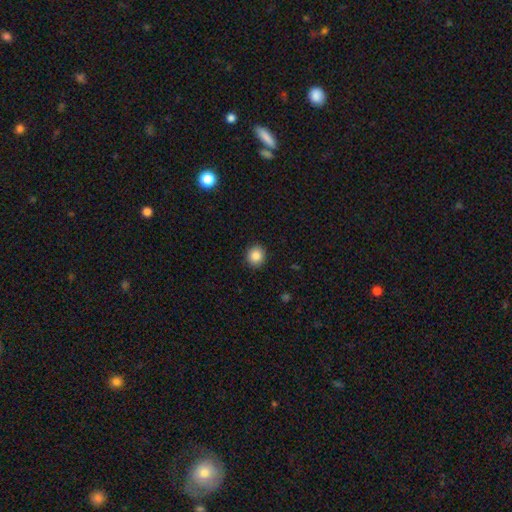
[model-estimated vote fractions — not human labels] Smooth or featured?
  - smooth: 86% *
  - star or artifact: 9%
  - featured or disk: 5%
How rounded?
  - round: 88% *
  - in between: 11%
  - cigar-shaped: 1%
Merging?
  - none: 92% *
  - minor disturbance: 6%
  - major disturbance: 2%
  - merger: 1%